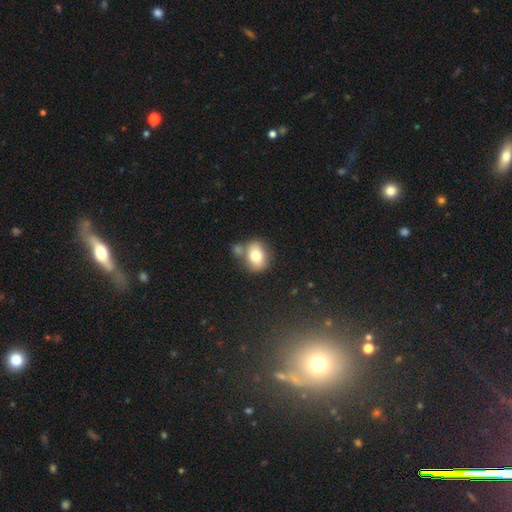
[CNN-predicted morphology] Smooth or featured?
  - smooth: 77% *
  - featured or disk: 15%
  - star or artifact: 8%
How rounded?
  - in between: 54% *
  - round: 45%
  - cigar-shaped: 1%
Merging?
  - none: 57% *
  - merger: 23%
  - minor disturbance: 15%
  - major disturbance: 5%